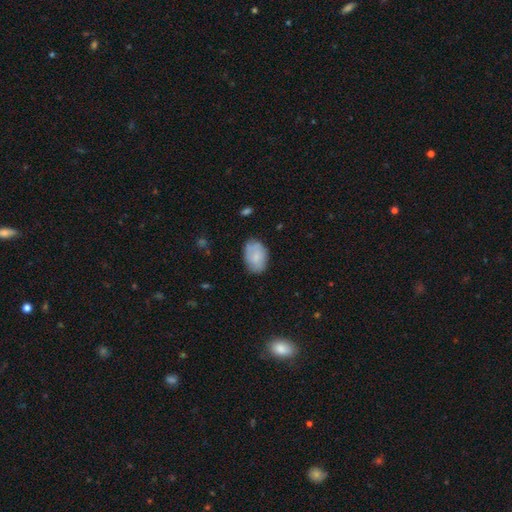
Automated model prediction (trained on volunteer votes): Smooth or featured: smooth — 78% (featured or disk — 15%)
How rounded: in between — 85% (round — 14%)
Merging: none — 75% (minor disturbance — 19%)